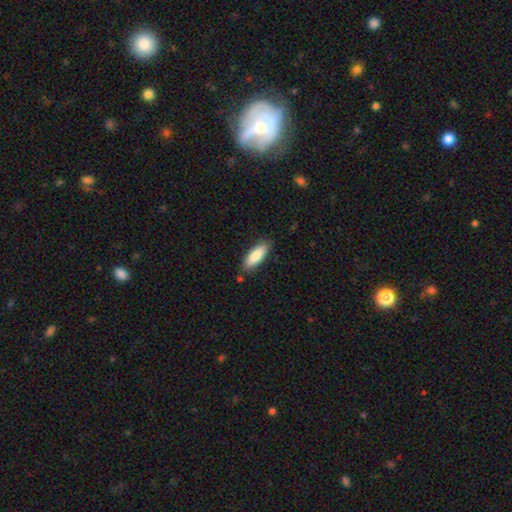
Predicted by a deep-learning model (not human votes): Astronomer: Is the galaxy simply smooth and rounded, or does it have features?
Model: smooth — 85%.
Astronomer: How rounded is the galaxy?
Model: in between — 62%.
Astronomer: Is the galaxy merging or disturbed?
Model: none — 84%.